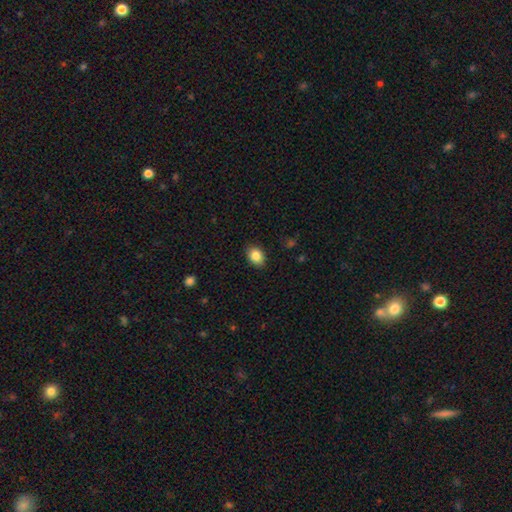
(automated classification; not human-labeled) Morphology: type=smooth (86%); roundness=in between (73%); merging=none (88%).